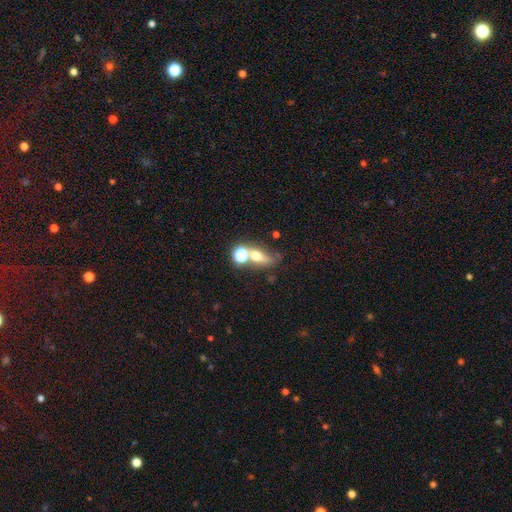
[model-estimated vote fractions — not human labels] A smooth galaxy with no disk features (53%) that is in between round and cigar-shaped (52%). Merging: none (39%).